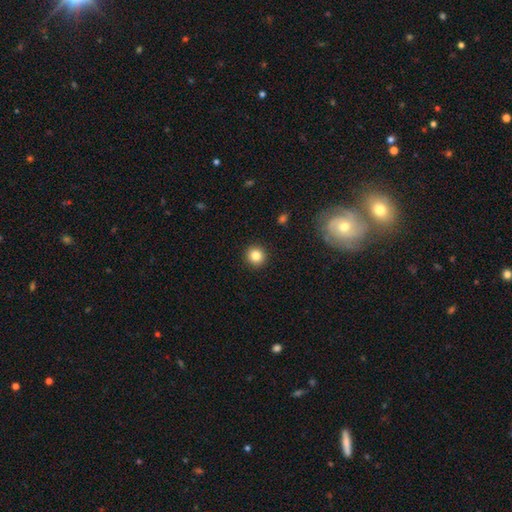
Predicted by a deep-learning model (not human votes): smooth_or_featured: smooth (p=0.83) [alt: star or artifact p=0.11]
how_rounded: round (p=0.94) [alt: in between p=0.05]
merging: none (p=0.93) [alt: minor disturbance p=0.04]